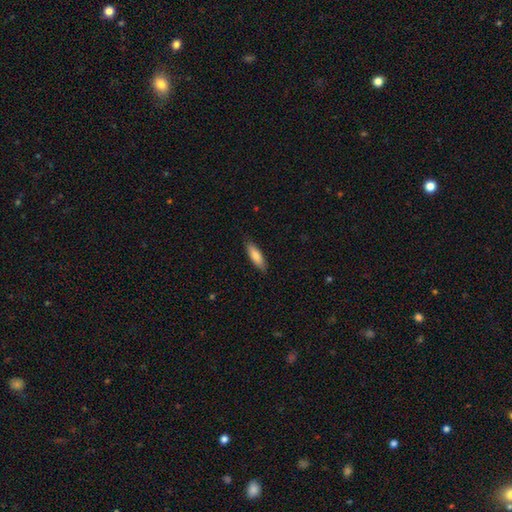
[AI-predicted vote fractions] The model was most divided on "how rounded" (2-way tie): cigar-shaped: 49%, in between: 49%, round: 2%. More confident: merging — none (86%); smooth or featured — smooth (83%).